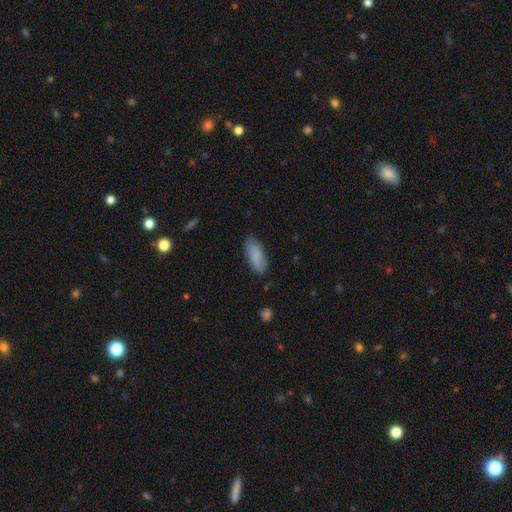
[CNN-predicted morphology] A smooth galaxy with no disk features (82%) that is in between round and cigar-shaped (85%). Merging: none (81%).